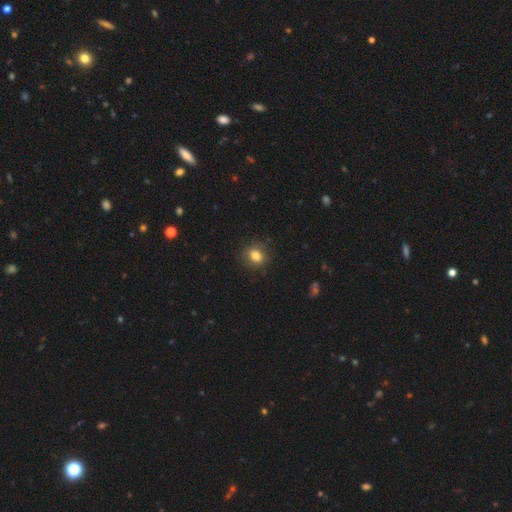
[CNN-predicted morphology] smooth 82%, star or artifact 11%, featured or disk 8%. Down the decision tree: how rounded — round (63%); merging — none (84%).